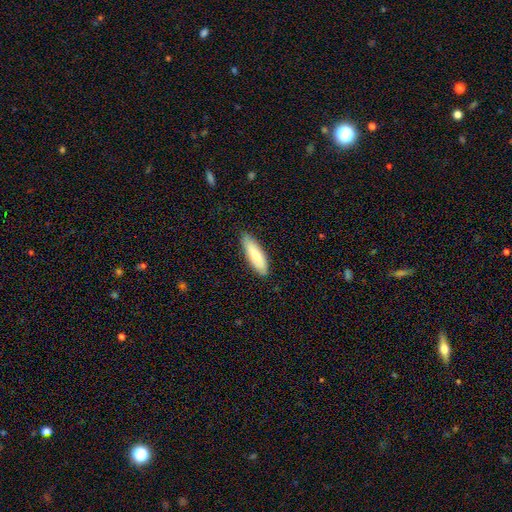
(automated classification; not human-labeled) Morphology: type=smooth (73%); roundness=in between (54%); merging=none (85%).